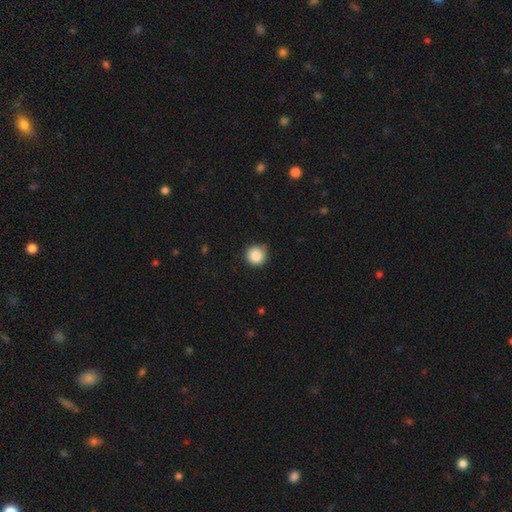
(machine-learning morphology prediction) Smooth or featured: smooth — 87% (star or artifact — 9%)
How rounded: round — 95% (in between — 5%)
Merging: none — 79% (minor disturbance — 17%)